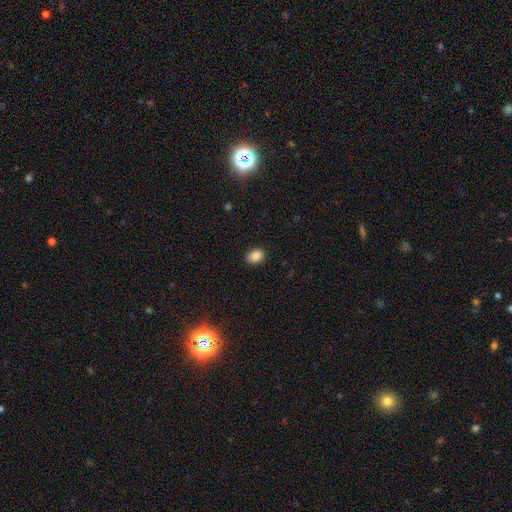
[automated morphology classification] Smooth or featured?
  - smooth: 87% *
  - star or artifact: 9%
  - featured or disk: 4%
How rounded?
  - in between: 65% *
  - round: 34%
  - cigar-shaped: 1%
Merging?
  - none: 89% *
  - minor disturbance: 8%
  - major disturbance: 2%
  - merger: 1%